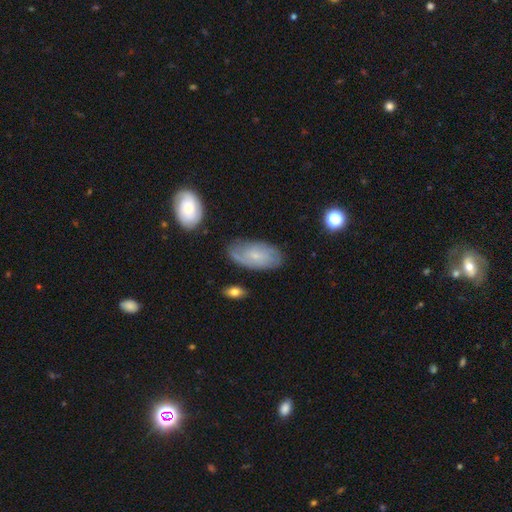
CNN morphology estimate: This is possibly a featured or disk galaxy (55%). It is clearly not viewed edge-on (93%). Bar: likely no (71%). Spiral arm pattern: clearly yes (81%). Central bulge: likely small (78%). Merging: likely none (67%).